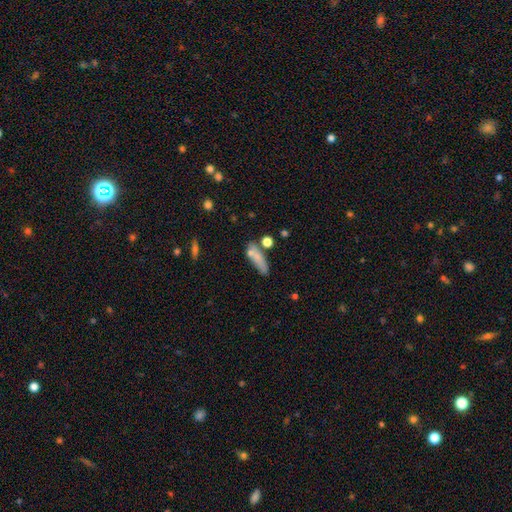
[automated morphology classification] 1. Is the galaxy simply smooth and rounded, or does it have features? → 73% smooth, 18% featured or disk, 9% star or artifact.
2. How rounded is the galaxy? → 52% cigar-shaped, 44% in between, 5% round.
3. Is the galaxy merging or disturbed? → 55% none, 19% minor disturbance, 18% merger, 8% major disturbance.